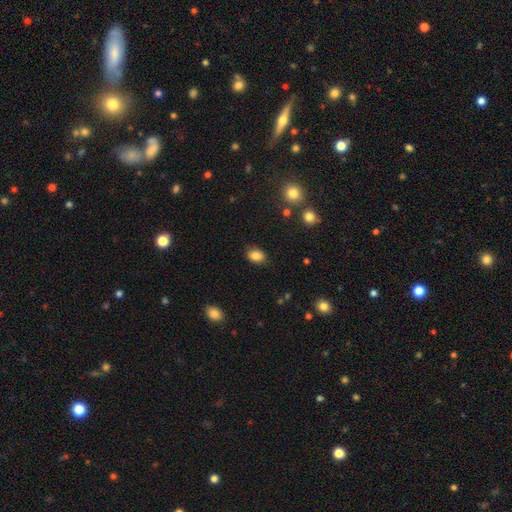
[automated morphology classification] type=smooth (85%); roundness=in between (77%); merging=none (84%).